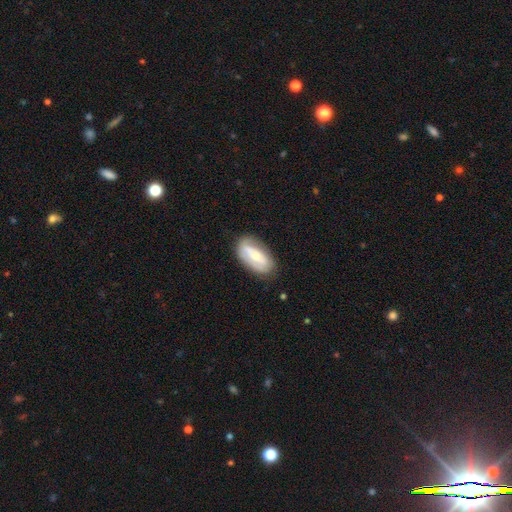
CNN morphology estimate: This is possibly a featured or disk galaxy (49%). Merging: likely none (77%).